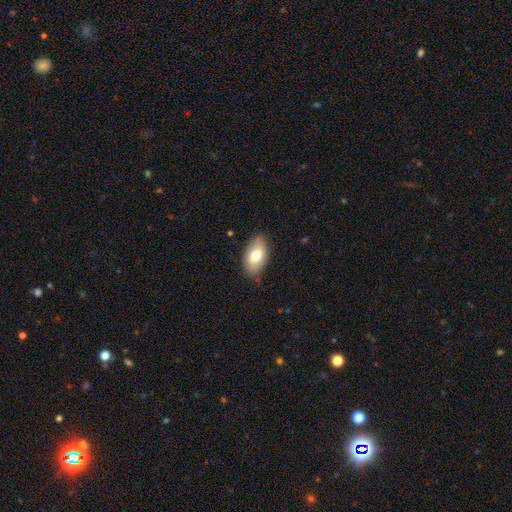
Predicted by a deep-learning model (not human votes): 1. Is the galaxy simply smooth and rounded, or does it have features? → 74% smooth, 19% featured or disk, 7% star or artifact.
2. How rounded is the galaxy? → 92% in between, 6% round, 2% cigar-shaped.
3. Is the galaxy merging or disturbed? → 81% none, 15% minor disturbance, 3% major disturbance, 1% merger.